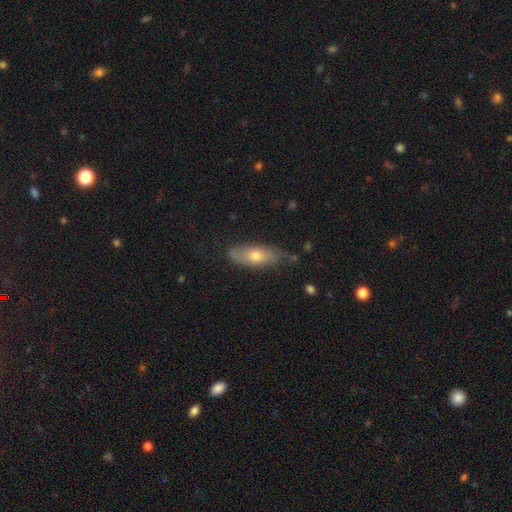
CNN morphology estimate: Smooth or featured: smooth — 53% (featured or disk — 40%)
How rounded: in between — 62% (cigar-shaped — 34%)
Merging: none — 68% (minor disturbance — 25%)